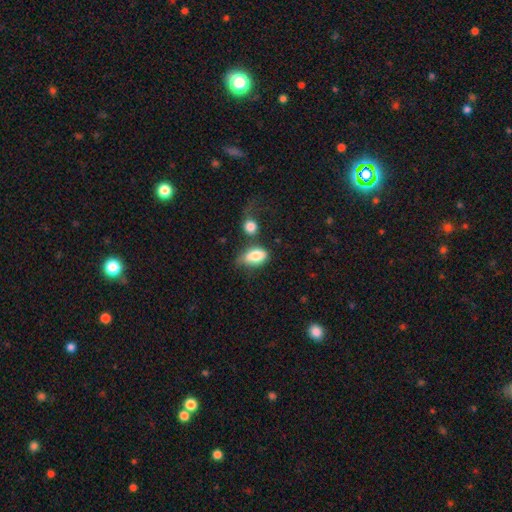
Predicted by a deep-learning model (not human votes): This is likely a smooth galaxy (78%). How rounded: clearly in between (87%). Merging: marginally none (33%).